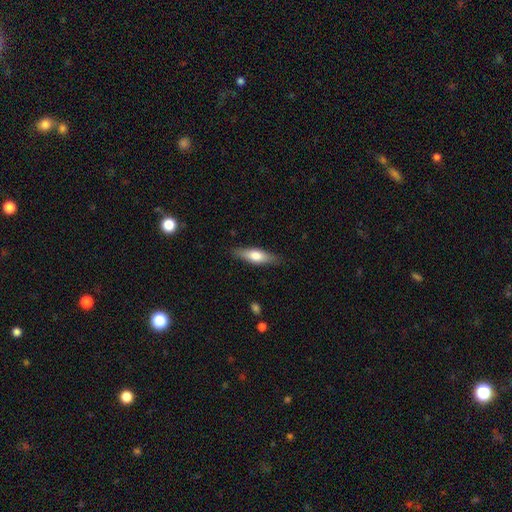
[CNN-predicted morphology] Smooth or featured?
  - smooth: 56% *
  - featured or disk: 38%
  - star or artifact: 6%
How rounded?
  - cigar-shaped: 58% *
  - in between: 40%
  - round: 2%
Merging?
  - none: 86% *
  - minor disturbance: 11%
  - major disturbance: 2%
  - merger: 1%